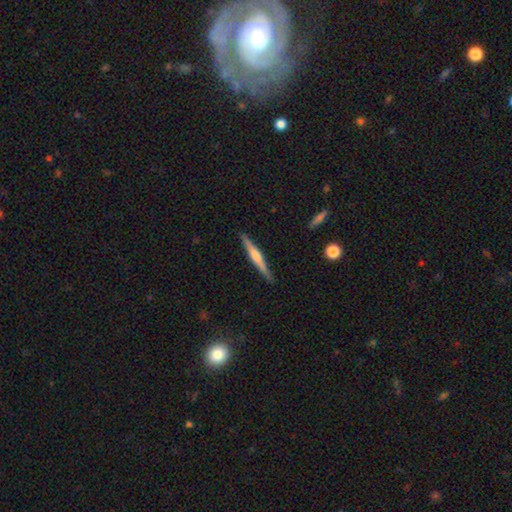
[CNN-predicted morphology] A featured or disk galaxy (64%) viewed edge-on (98%) with a rounded central bulge (70%).

Vote fractions:
- Smooth or featured? featured or disk: 64% / smooth: 30% / star or artifact: 6%
- Edge-on disk? yes: 98% / no: 2%
- Edge-on bulge? rounded: 70% / none: 15% / boxy: 15%
- Merging? none: 90% / minor disturbance: 7% / major disturbance: 1% / merger: 1%